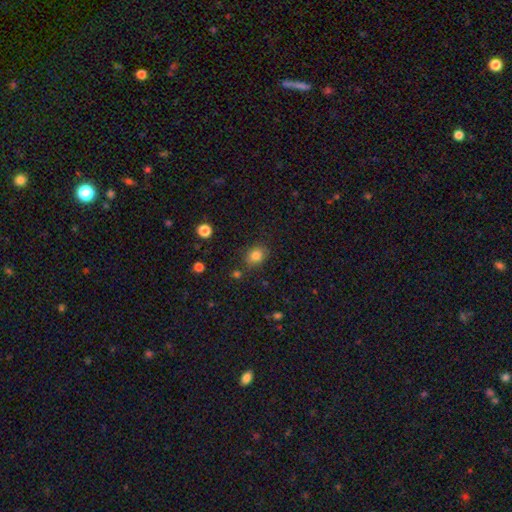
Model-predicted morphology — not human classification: Smooth or featured?
  - smooth: 82% *
  - star or artifact: 11%
  - featured or disk: 6%
How rounded?
  - round: 50% *
  - in between: 49%
  - cigar-shaped: 1%
Merging?
  - none: 78% *
  - minor disturbance: 14%
  - merger: 4%
  - major disturbance: 4%